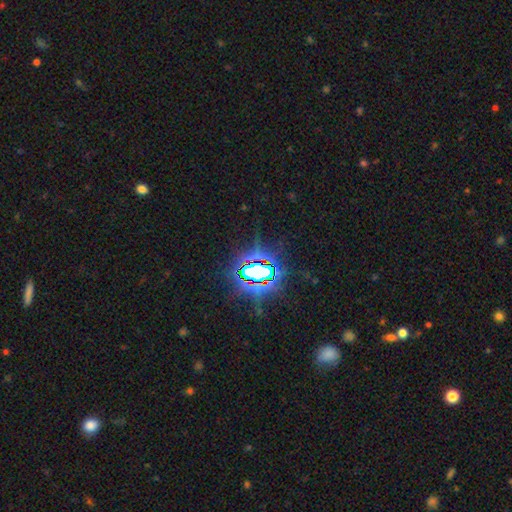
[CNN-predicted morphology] Overall: star or artifact (84%).